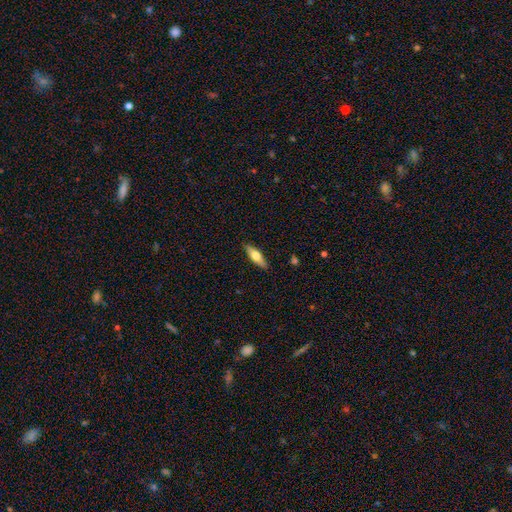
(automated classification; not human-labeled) Overall: smooth (59%; featured or disk 35%). How rounded: cigar-shaped (53%; in between 45%). Merging: none (88%).